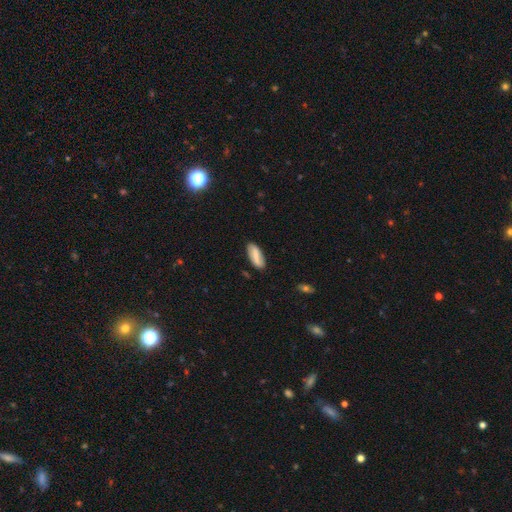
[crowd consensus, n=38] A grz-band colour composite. It shows a smooth galaxy with no disk features (66%) that is in between round and cigar-shaped (88%). Merging: none (86%).